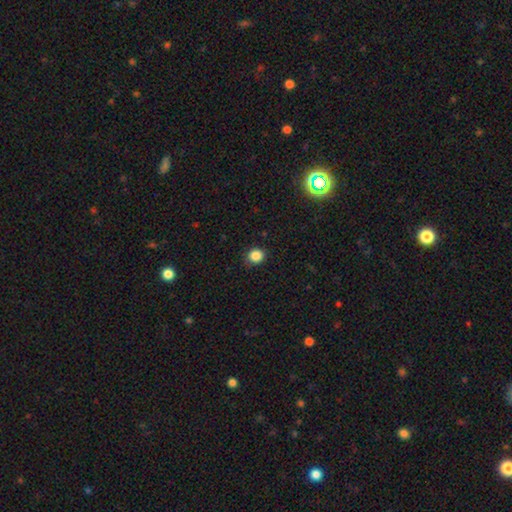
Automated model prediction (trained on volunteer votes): This appears to be a smooth galaxy with no disk features (85%) that is round (81%). Merging: none (87%).